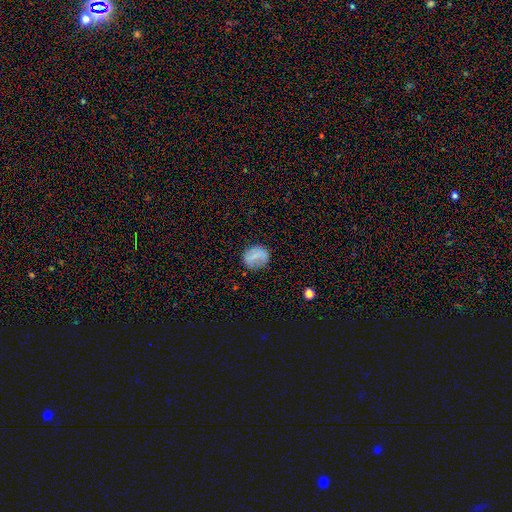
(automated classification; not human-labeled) This is likely a smooth galaxy (65%). How rounded: likely round (68%). Merging: likely none (68%).